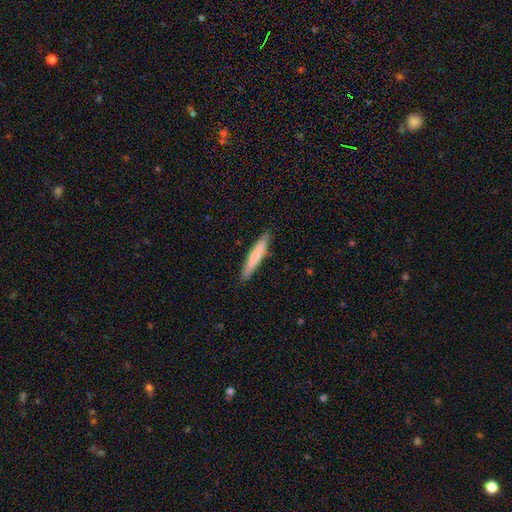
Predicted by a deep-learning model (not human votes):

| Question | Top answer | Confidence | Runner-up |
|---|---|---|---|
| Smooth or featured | smooth | 67% | featured or disk (28%) |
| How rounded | cigar-shaped | 94% | in between (5%) |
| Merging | none | 89% | minor disturbance (9%) |